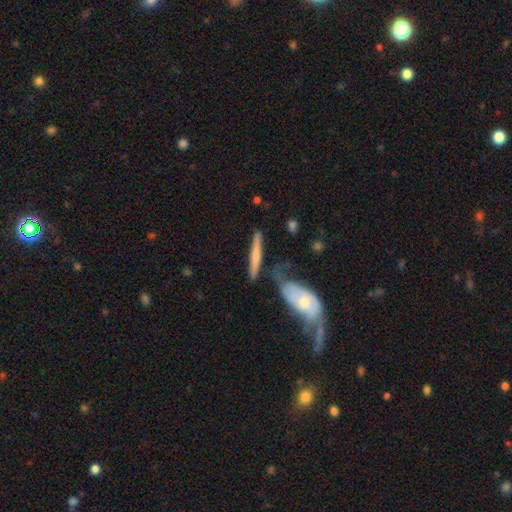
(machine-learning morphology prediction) Smooth or featured?
  - smooth: 54% *
  - featured or disk: 40%
  - star or artifact: 6%
How rounded?
  - cigar-shaped: 89% *
  - in between: 8%
  - round: 3%
Merging?
  - none: 62% *
  - merger: 17%
  - minor disturbance: 15%
  - major disturbance: 6%